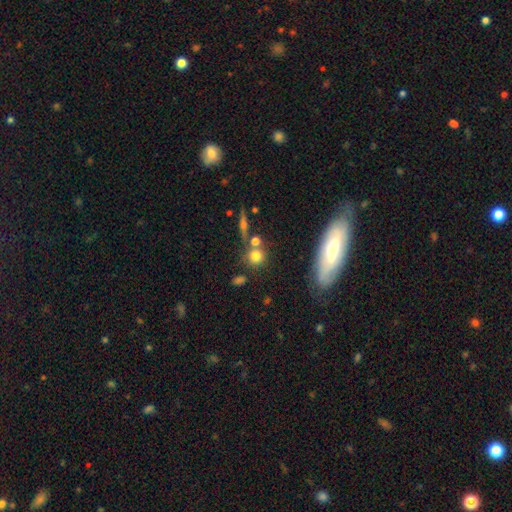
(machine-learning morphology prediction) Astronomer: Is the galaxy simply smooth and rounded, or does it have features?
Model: smooth — 75%.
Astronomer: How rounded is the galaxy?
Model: round — 85%.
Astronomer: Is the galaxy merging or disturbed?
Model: none — 63%.